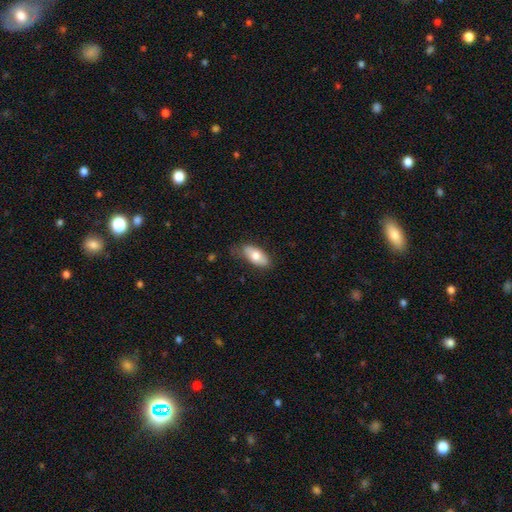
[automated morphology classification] A smooth galaxy with no disk features (72%) that is in between round and cigar-shaped (88%).

Vote fractions:
- Smooth or featured? smooth: 72% / featured or disk: 21% / star or artifact: 6%
- How rounded? in between: 88% / cigar-shaped: 9% / round: 3%
- Merging? none: 69% / minor disturbance: 24% / major disturbance: 6% / merger: 2%